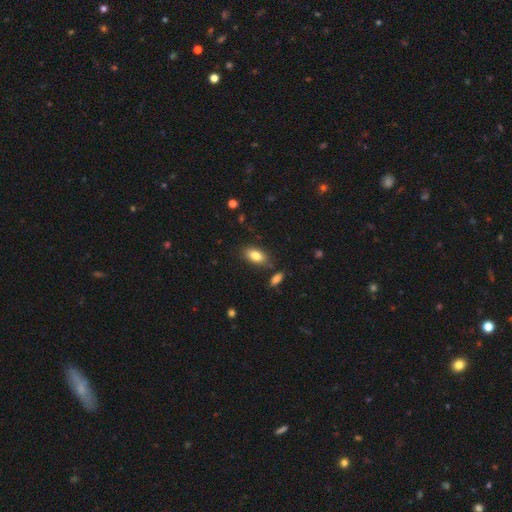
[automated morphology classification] This is clearly a smooth galaxy (84%). How rounded: clearly in between (89%). Merging: clearly none (81%).